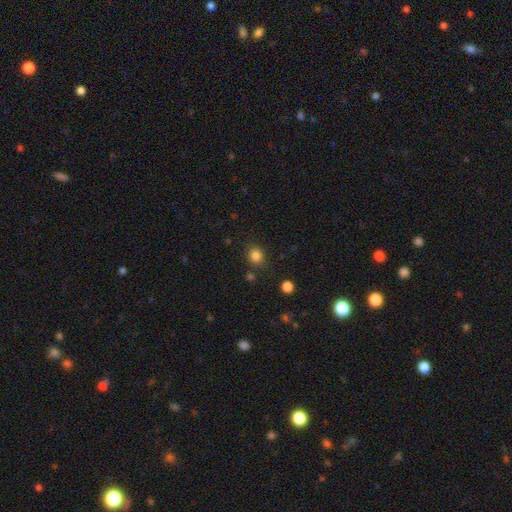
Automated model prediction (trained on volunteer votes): This is clearly a smooth galaxy (83%). How rounded: likely round (77%). Merging: clearly none (84%).